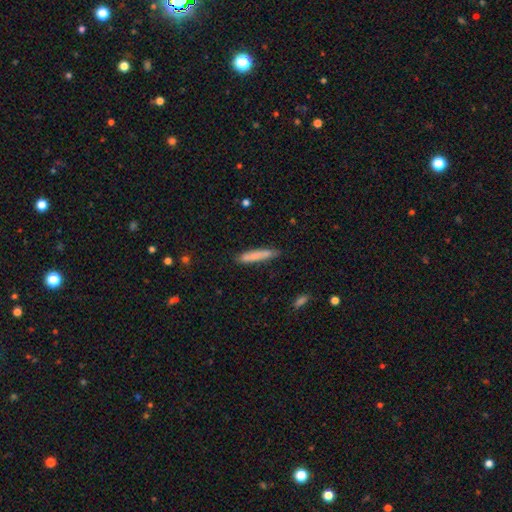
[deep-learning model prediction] smooth-or-featured: smooth: 79% | featured or disk: 15% | star or artifact: 7%
  how-rounded: cigar-shaped: 92% | in between: 7% | round: 1%
  merging: none: 82% | minor disturbance: 14% | major disturbance: 2% | merger: 2%